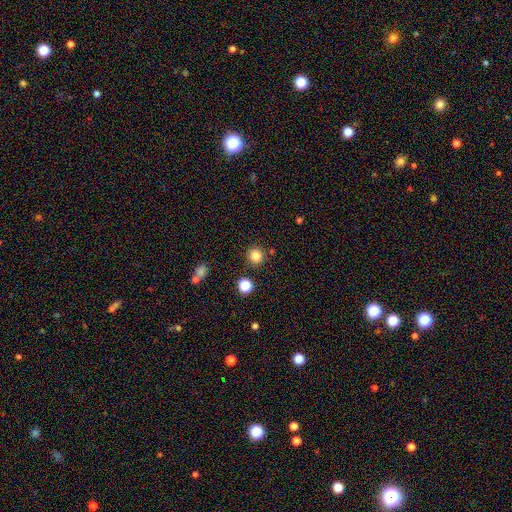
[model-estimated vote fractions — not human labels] smooth_or_featured: smooth (p=0.83) [alt: star or artifact p=0.12]
how_rounded: round (p=0.91) [alt: in between p=0.08]
merging: none (p=0.86) [alt: minor disturbance p=0.07]